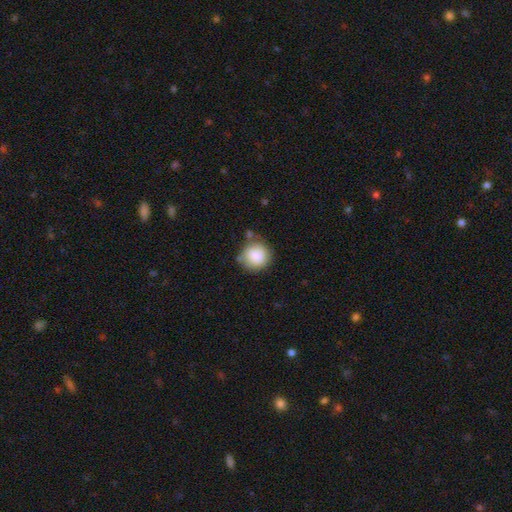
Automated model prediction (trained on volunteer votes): A smooth galaxy with no disk features (87%) that is round (90%).

Vote fractions:
- Smooth or featured? smooth: 87% / star or artifact: 8% / featured or disk: 6%
- How rounded? round: 90% / in between: 9% / cigar-shaped: 1%
- Merging? none: 70% / minor disturbance: 18% / merger: 7% / major disturbance: 6%